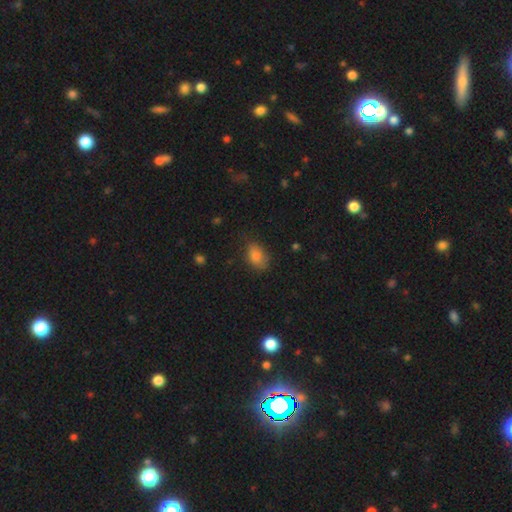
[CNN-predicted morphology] type=smooth (82%); roundness=in between (83%); merging=none (68%).